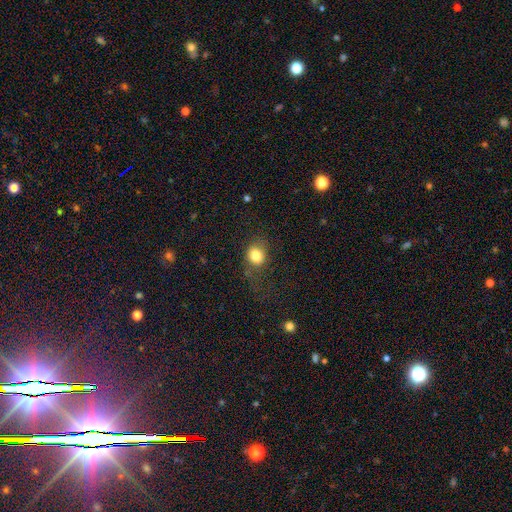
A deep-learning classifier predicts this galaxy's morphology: Overall: smooth (80%). How rounded: round (64%; in between 35%). Merging: none (62%).